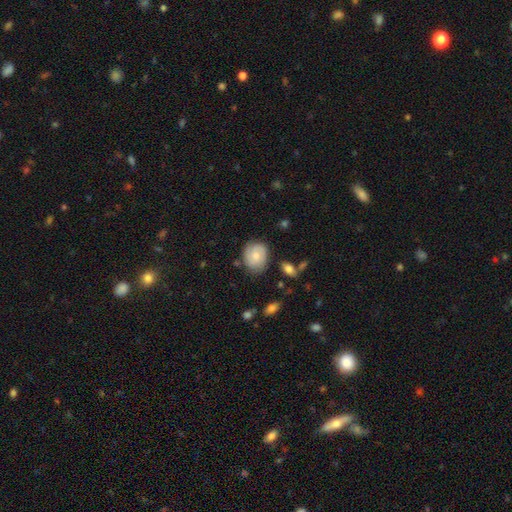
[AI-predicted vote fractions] This appears to be a smooth galaxy with no disk features (56%) that is round (58%). Merging: none (71%).